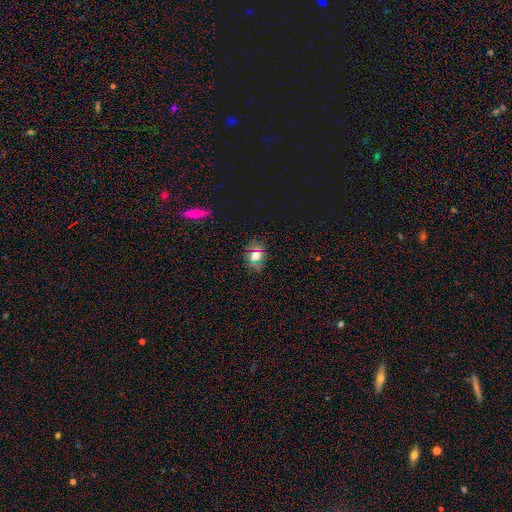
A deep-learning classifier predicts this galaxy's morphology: Smooth or featured? smooth (61%)
How rounded? round (53%)
Merging? none (86%)